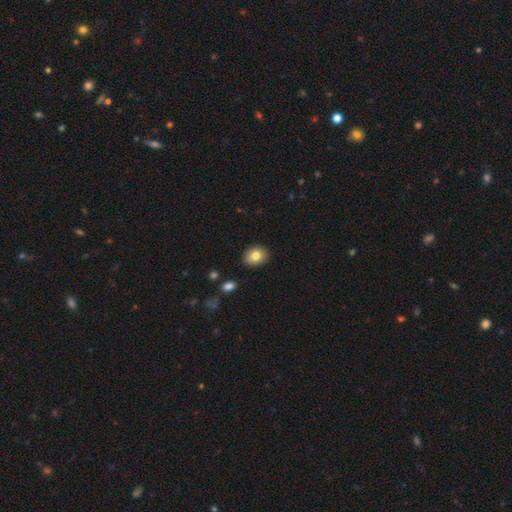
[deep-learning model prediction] The model was most divided on "how rounded": in between: 55%, round: 44%, cigar-shaped: 1%. More confident: merging — none (86%); smooth or featured — smooth (80%).